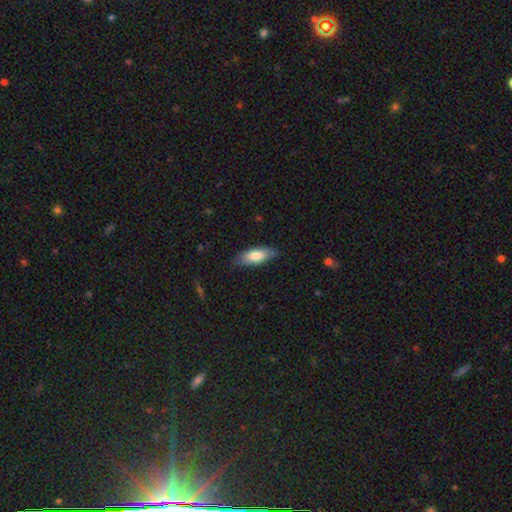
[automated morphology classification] Overall: smooth (77%). How rounded: in between (75%). Merging: none (79%).